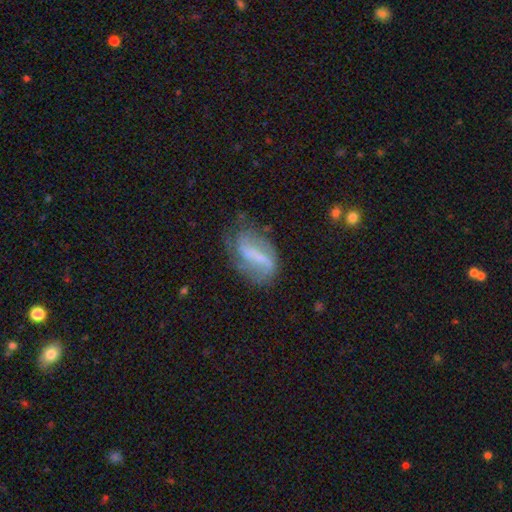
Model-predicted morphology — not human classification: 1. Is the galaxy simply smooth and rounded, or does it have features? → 68% featured or disk, 24% smooth, 8% star or artifact.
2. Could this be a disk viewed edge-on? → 94% no, 6% yes.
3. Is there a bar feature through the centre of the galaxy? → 51% strong, 34% weak, 15% no.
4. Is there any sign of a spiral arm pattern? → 77% yes, 23% no.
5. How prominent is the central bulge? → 41% none, 36% small, 17% moderate, 4% large, 1% dominant.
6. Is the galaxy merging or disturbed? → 53% none, 26% minor disturbance, 18% major disturbance, 3% merger.